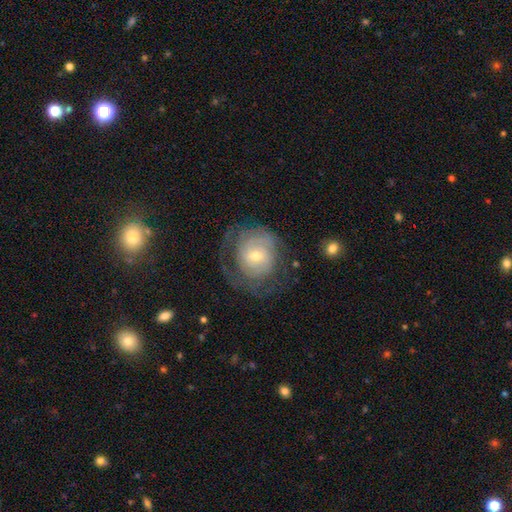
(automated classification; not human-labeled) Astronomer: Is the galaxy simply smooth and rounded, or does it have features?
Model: featured or disk — 73%.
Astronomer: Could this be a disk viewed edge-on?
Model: no — 97%.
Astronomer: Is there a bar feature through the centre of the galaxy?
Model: no — 62%.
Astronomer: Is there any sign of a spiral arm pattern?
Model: yes — 86%.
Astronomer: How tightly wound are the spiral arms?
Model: tight — 64%.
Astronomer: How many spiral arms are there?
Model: can't tell — 48% (runner-up: 2, 25%).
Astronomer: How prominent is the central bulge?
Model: small — 56% (runner-up: moderate, 39%).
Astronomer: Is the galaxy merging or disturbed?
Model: none — 61%.